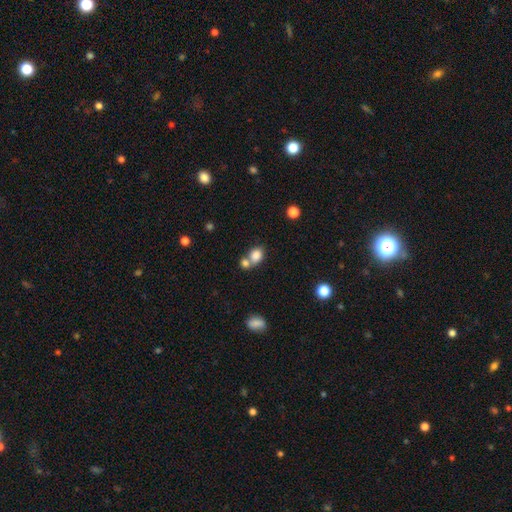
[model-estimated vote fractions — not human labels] A smooth galaxy with no disk features (82%) that is in between round and cigar-shaped (56%). Merging: merger (46%).